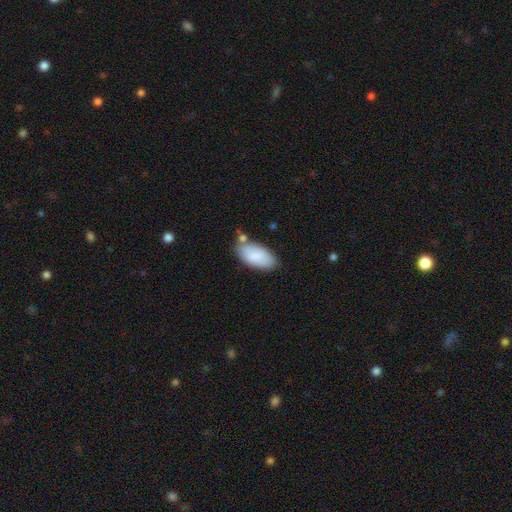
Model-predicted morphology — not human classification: A smooth galaxy with no disk features (84%) that is in between round and cigar-shaped (94%).

Vote fractions:
- Smooth or featured? smooth: 84% / featured or disk: 10% / star or artifact: 6%
- How rounded? in between: 94% / cigar-shaped: 4% / round: 2%
- Merging? none: 68% / minor disturbance: 19% / merger: 10% / major disturbance: 4%